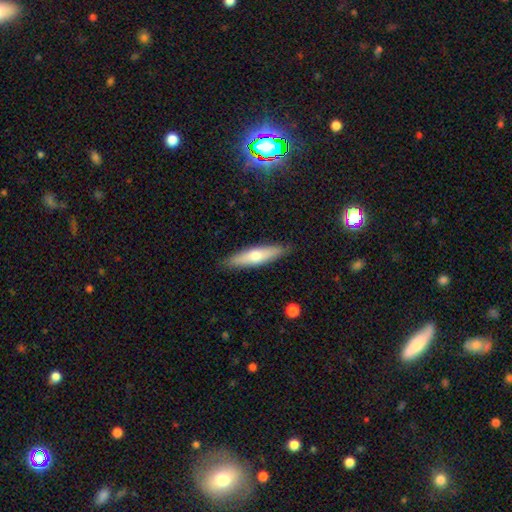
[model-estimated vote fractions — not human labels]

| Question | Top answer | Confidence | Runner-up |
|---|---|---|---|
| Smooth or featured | smooth | 58% | featured or disk (36%) |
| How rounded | cigar-shaped | 77% | in between (22%) |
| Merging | none | 88% | minor disturbance (9%) |